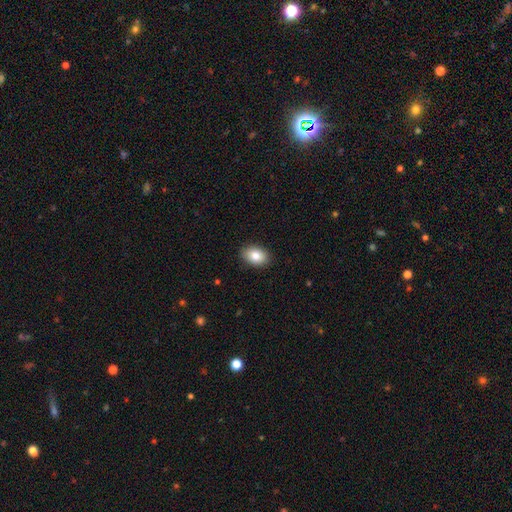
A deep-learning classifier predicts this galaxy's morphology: Overall: smooth (83%). How rounded: in between (84%). Merging: none (89%).